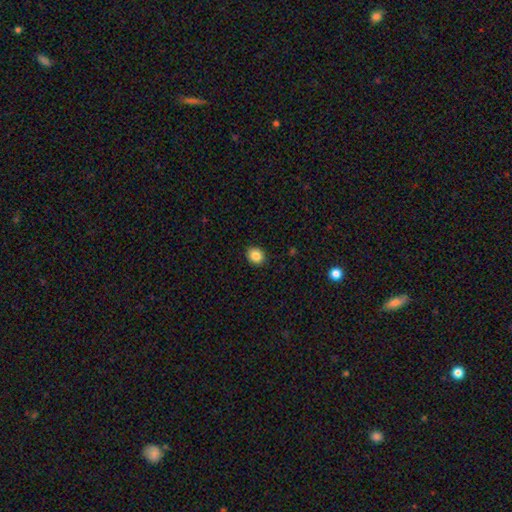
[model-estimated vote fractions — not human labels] smooth-or-featured: smooth: 86% | star or artifact: 10% | featured or disk: 4%
  how-rounded: round: 70% | in between: 29% | cigar-shaped: 1%
  merging: none: 91% | minor disturbance: 7% | major disturbance: 2% | merger: 1%